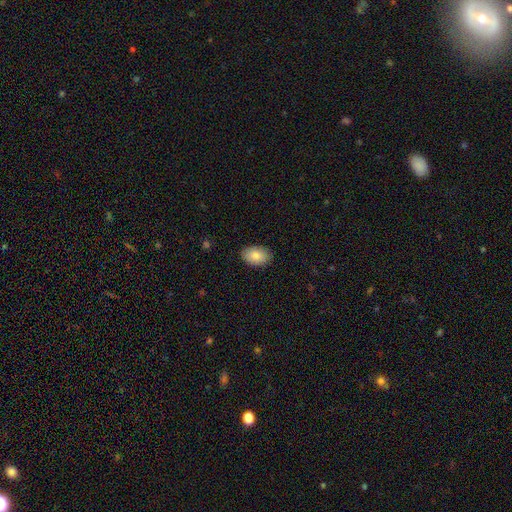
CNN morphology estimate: type=smooth (85%); roundness=in between (89%); merging=none (88%).